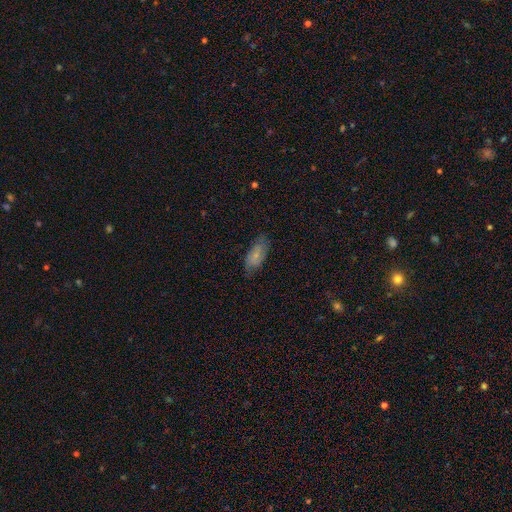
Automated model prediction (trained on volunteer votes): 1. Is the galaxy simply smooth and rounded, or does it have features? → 65% smooth, 28% featured or disk, 7% star or artifact.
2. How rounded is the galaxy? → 88% in between, 10% cigar-shaped, 3% round.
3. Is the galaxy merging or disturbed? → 71% none, 22% minor disturbance, 6% major disturbance, 1% merger.